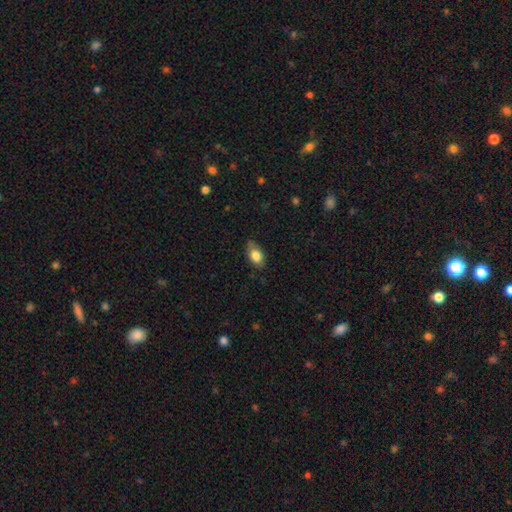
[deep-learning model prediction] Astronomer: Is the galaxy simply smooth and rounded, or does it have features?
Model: smooth — 83%.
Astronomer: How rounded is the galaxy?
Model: in between — 87%.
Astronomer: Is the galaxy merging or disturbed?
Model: none — 72%.